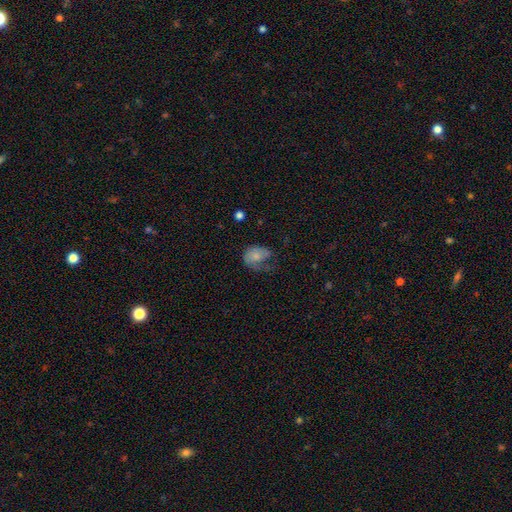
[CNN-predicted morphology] smooth 65%, featured or disk 27%, star or artifact 9%. Down the decision tree: how rounded — in between (66%); merging — major disturbance (45%).